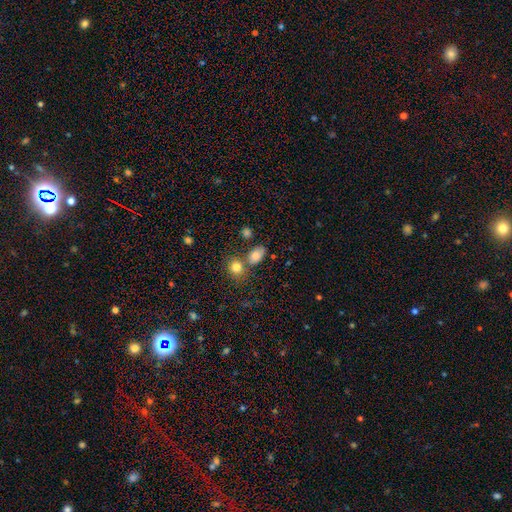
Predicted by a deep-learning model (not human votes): The model was most divided on "merging": none: 56%, merger: 24%, minor disturbance: 15%, major disturbance: 6%. More confident: smooth or featured — smooth (80%); how rounded — in between (78%).